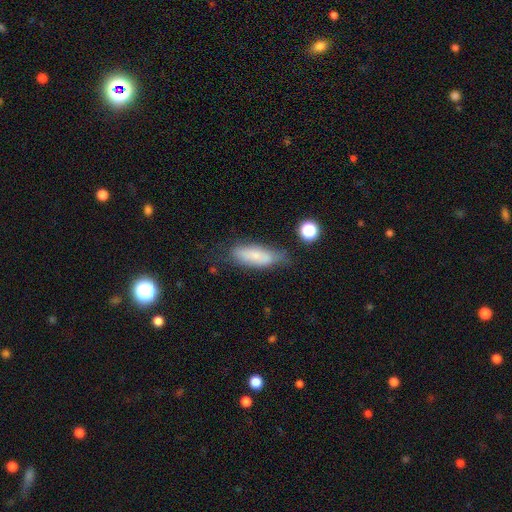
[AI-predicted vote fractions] This appears to be a smooth galaxy with no disk features (68%) that is in between round and cigar-shaped (65%). Merging: none (56%).